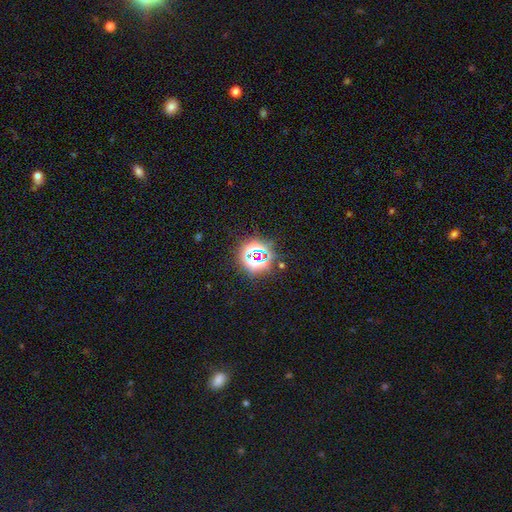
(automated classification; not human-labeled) This is likely a star or artifact rather than a galaxy (71%).